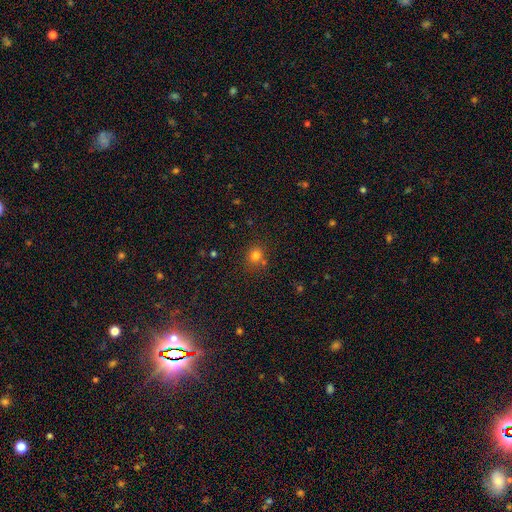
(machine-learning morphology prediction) A smooth galaxy with no disk features (78%) that is round (79%). Merging: none (72%).